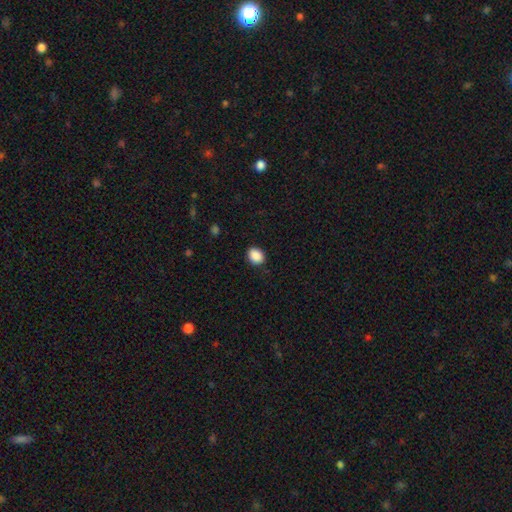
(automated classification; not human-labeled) Smooth or featured? smooth (89%)
How rounded? in between (52%)
Merging? none (87%)